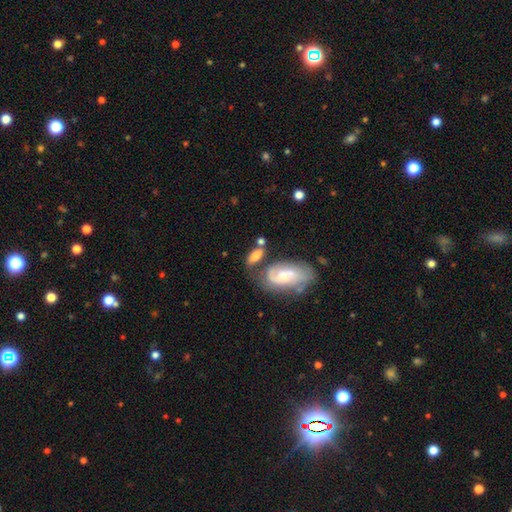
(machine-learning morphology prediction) A smooth galaxy with no disk features (62%) that is in between round and cigar-shaped (81%).

Vote fractions:
- Smooth or featured? smooth: 62% / featured or disk: 30% / star or artifact: 8%
- How rounded? in between: 81% / cigar-shaped: 12% / round: 7%
- Merging? none: 48% / merger: 23% / minor disturbance: 20% / major disturbance: 10%